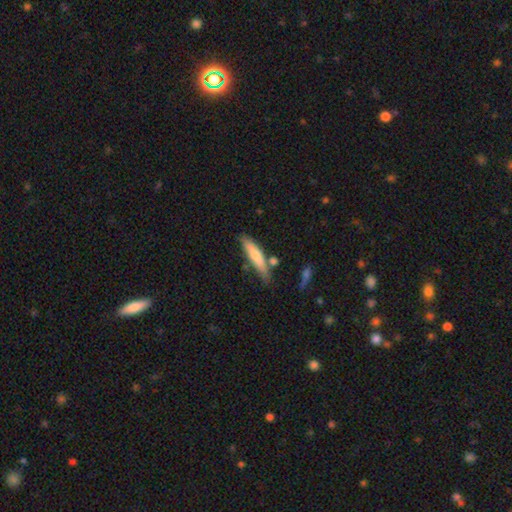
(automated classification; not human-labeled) A smooth galaxy with no disk features (70%) that is cigar-shaped (81%). Merging: none (66%).